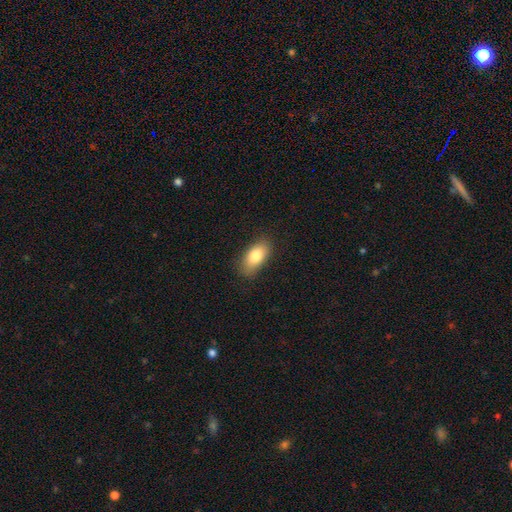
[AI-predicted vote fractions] A smooth galaxy with no disk features (80%) that is in between round and cigar-shaped (90%). Merging: none (83%).